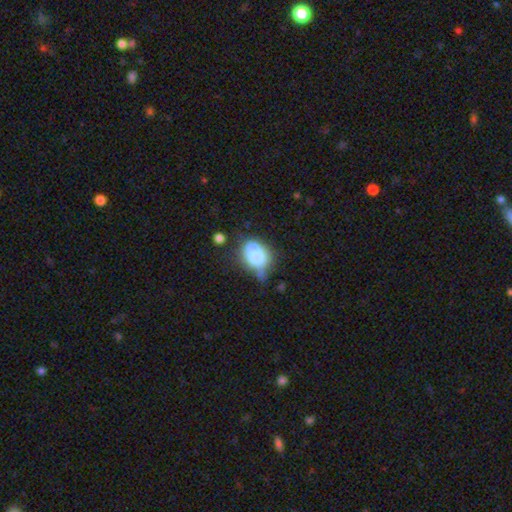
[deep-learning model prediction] Overall: smooth (70%). How rounded: in between (60%; round 39%). Merging: none (32%; minor disturbance 30%).